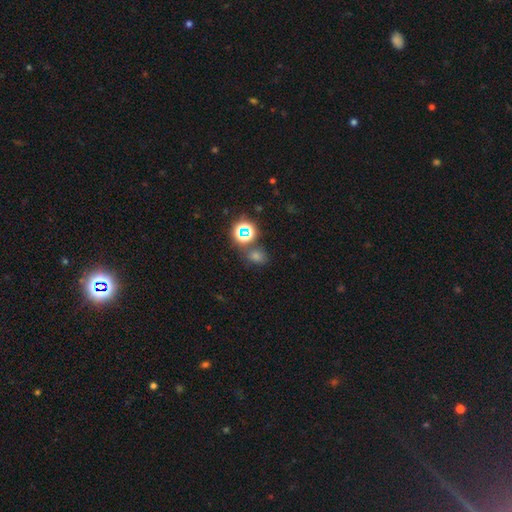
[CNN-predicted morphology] This appears to be a star or artifact, not a galaxy (48%).